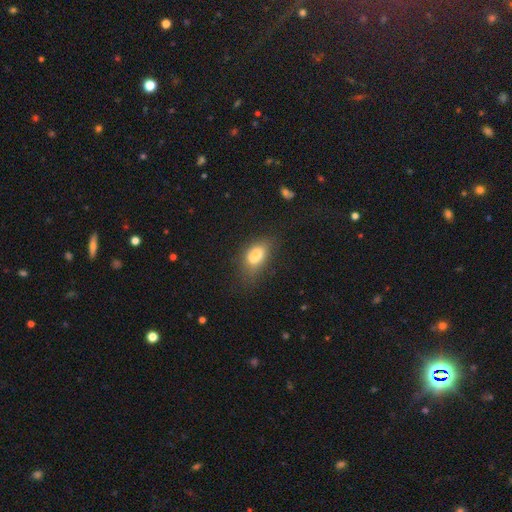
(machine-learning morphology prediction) The model was most divided on "merging": merger: 54%, none: 26%, minor disturbance: 13%, major disturbance: 7%. More confident: how rounded — in between (74%); smooth or featured — smooth (64%).